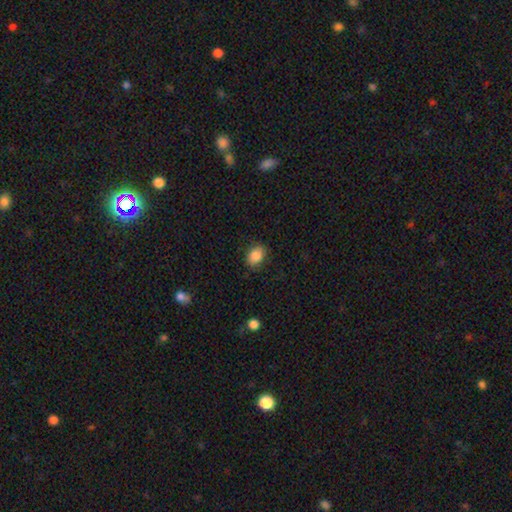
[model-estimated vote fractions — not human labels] Smooth or featured: smooth — 85% (star or artifact — 9%)
How rounded: in between — 70% (round — 29%)
Merging: none — 83% (minor disturbance — 13%)